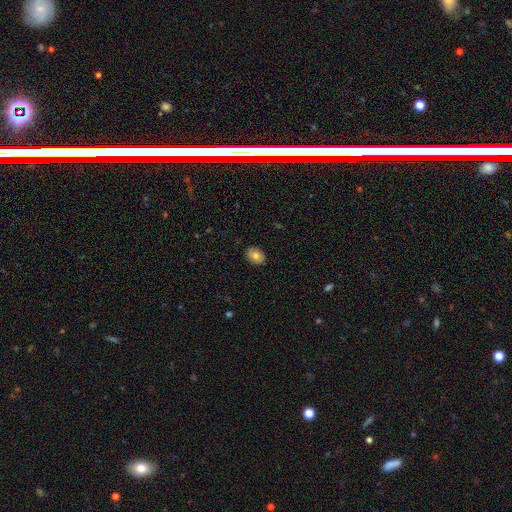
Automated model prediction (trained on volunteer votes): A smooth galaxy with no disk features (78%) that is in between round and cigar-shaped (71%). Merging: none (88%).